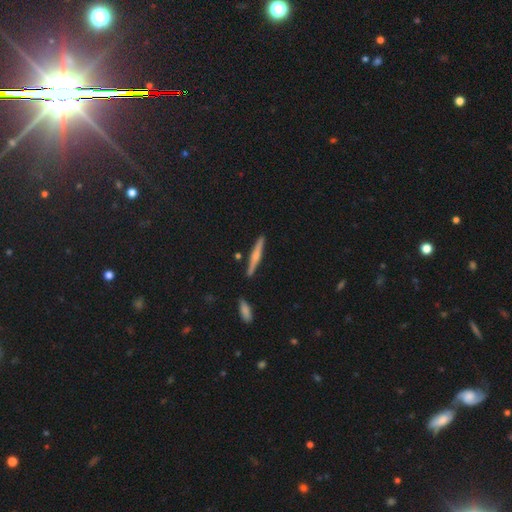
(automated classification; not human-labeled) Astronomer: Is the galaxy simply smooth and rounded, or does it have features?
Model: featured or disk — 50% (runner-up: smooth, 44%).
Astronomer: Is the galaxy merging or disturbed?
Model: none — 87%.